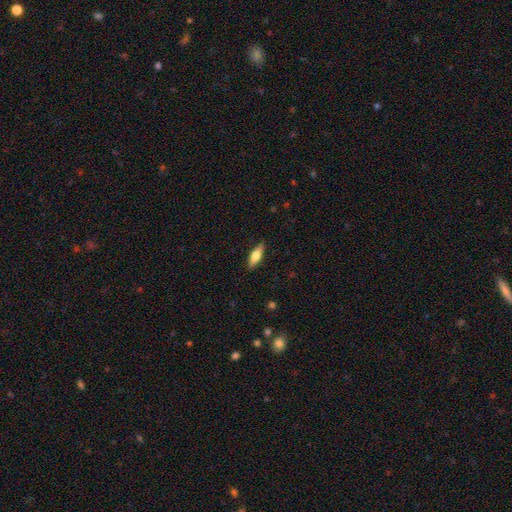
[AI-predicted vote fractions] This is likely a smooth galaxy (62%). How rounded: possibly in between (57%). Merging: clearly none (88%).